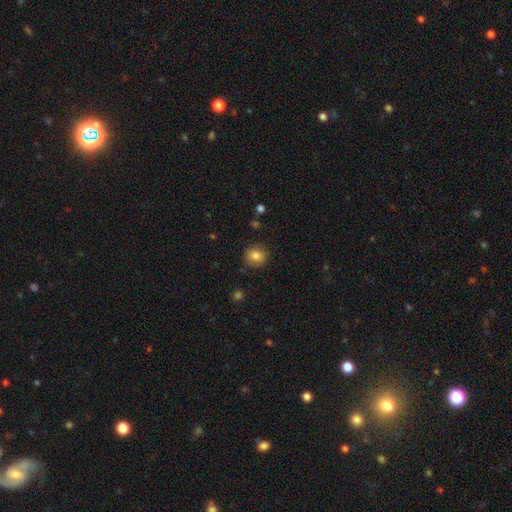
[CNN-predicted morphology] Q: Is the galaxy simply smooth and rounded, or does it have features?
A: smooth — 84%.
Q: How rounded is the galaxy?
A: round — 84%.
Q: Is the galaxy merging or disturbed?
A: none — 87%.